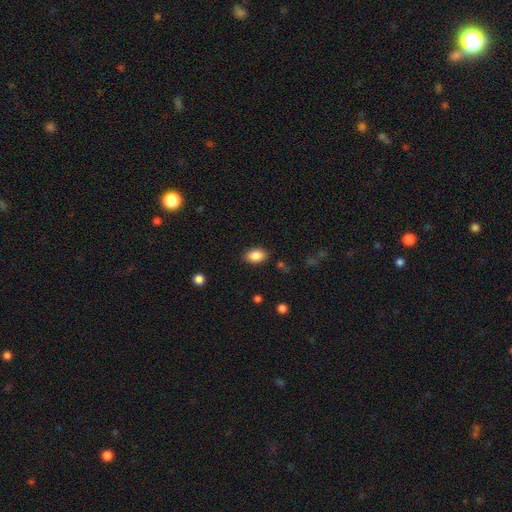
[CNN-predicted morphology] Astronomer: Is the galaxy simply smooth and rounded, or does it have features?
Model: smooth — 88%.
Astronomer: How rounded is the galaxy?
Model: in between — 88%.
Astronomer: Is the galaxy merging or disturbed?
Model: none — 86%.